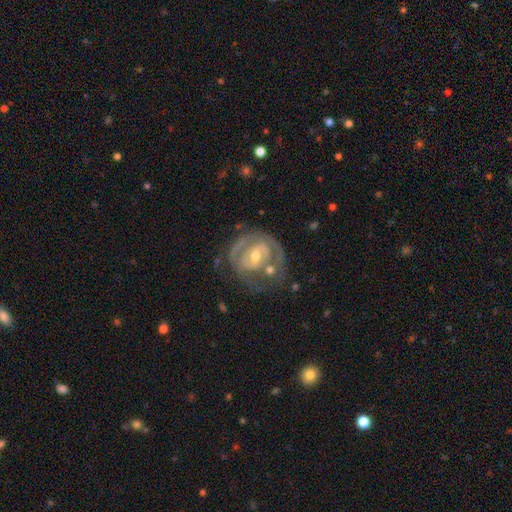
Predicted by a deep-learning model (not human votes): The model was most divided on "bar": weak: 43%, no: 35%, strong: 22%. Remaining: edge-on disk — no (97%); smooth or featured — featured or disk (82%); spiral arms — yes (75%); spiral winding — tight (60%); bulge size — moderate (52%); merging — none (51%); spiral arm count — 2 (46%).